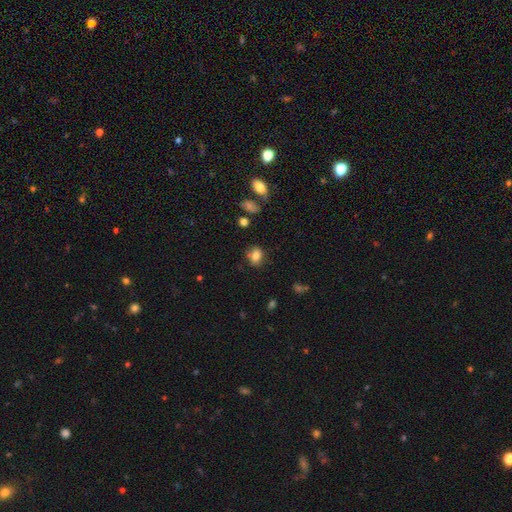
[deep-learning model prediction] Smooth or featured? smooth (78%)
How rounded? in between (51%)
Merging? none (75%)